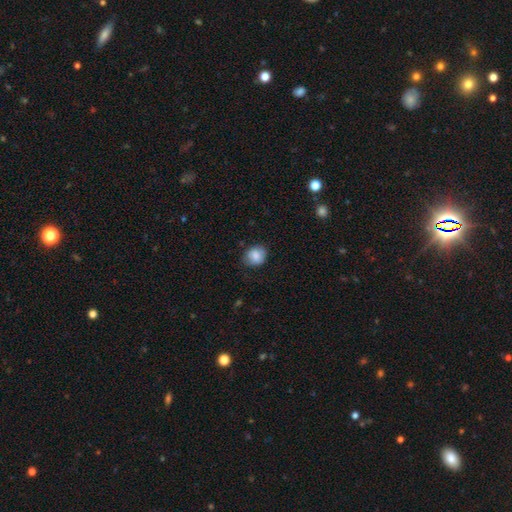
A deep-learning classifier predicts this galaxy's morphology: Smooth or featured? Predicted: smooth (p=0.81). How rounded? Predicted: round (p=0.64). Merging? Predicted: none (p=0.76).